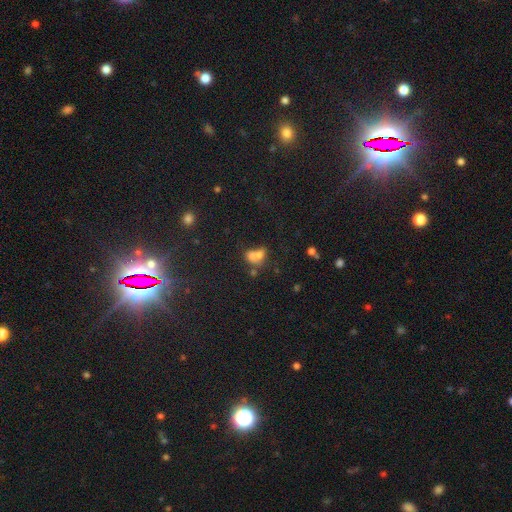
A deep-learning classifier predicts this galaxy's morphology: Smooth or featured?
  - smooth: 64% *
  - featured or disk: 19%
  - star or artifact: 17%
How rounded?
  - in between: 55% *
  - round: 43%
  - cigar-shaped: 2%
Merging?
  - merger: 64% *
  - none: 20%
  - minor disturbance: 9%
  - major disturbance: 7%